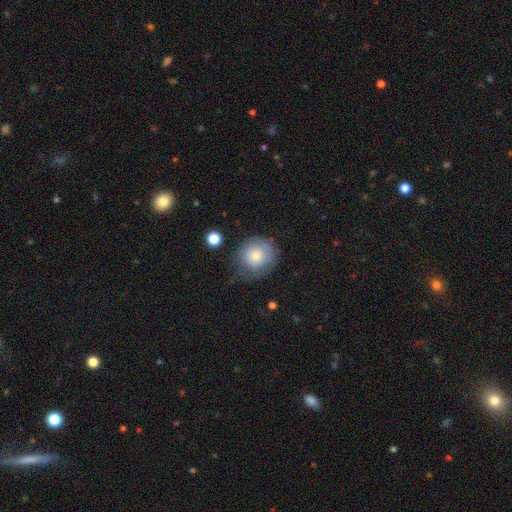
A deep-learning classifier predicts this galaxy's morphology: A smooth galaxy with no disk features (75%) that is round (87%).

Vote fractions:
- Smooth or featured? smooth: 75% / featured or disk: 17% / star or artifact: 9%
- How rounded? round: 87% / in between: 12% / cigar-shaped: 1%
- Merging? none: 58% / minor disturbance: 27% / major disturbance: 12% / merger: 3%